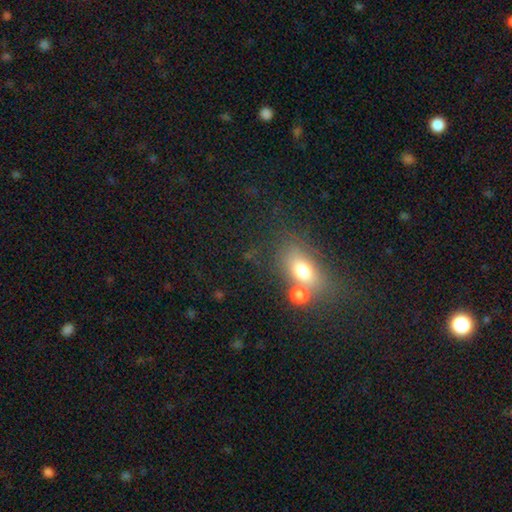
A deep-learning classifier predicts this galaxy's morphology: type=smooth (63%); roundness=in between (68%); merging=none (48%).